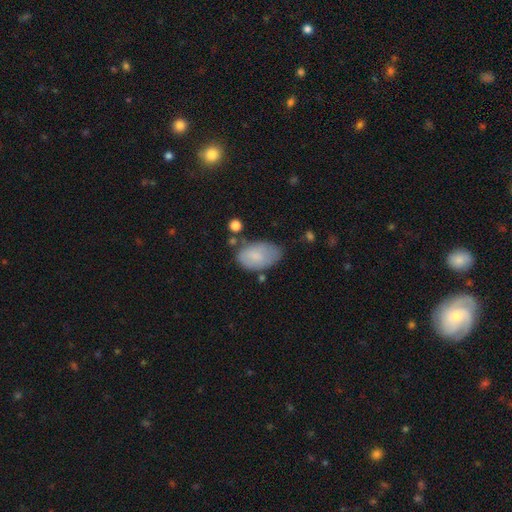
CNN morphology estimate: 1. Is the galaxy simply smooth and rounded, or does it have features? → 75% smooth, 19% featured or disk, 7% star or artifact.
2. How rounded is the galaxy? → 93% in between, 6% round, 1% cigar-shaped.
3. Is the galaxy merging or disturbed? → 51% none, 33% minor disturbance, 10% major disturbance, 6% merger.